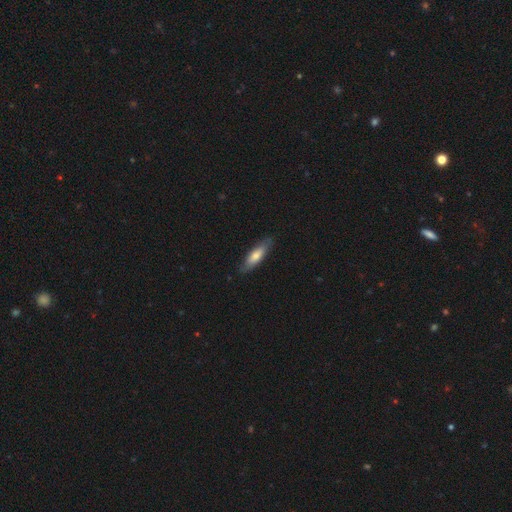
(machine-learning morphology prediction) Smooth or featured? Predicted: smooth (p=0.66). How rounded? Predicted: cigar-shaped (p=0.58). Merging? Predicted: none (p=0.81).